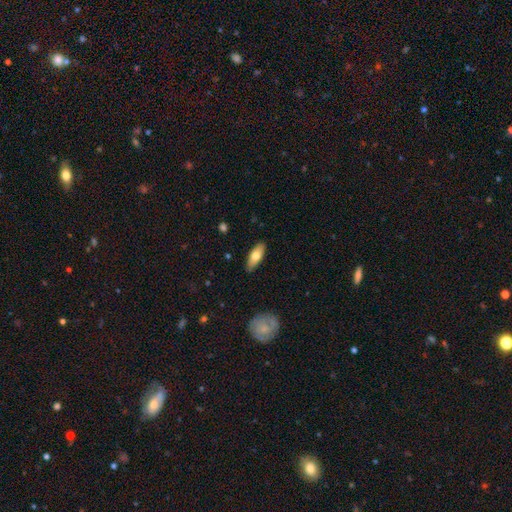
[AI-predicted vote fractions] Smooth or featured?
  - smooth: 71% *
  - featured or disk: 23%
  - star or artifact: 6%
How rounded?
  - in between: 74% *
  - cigar-shaped: 24%
  - round: 2%
Merging?
  - none: 87% *
  - minor disturbance: 10%
  - major disturbance: 2%
  - merger: 1%